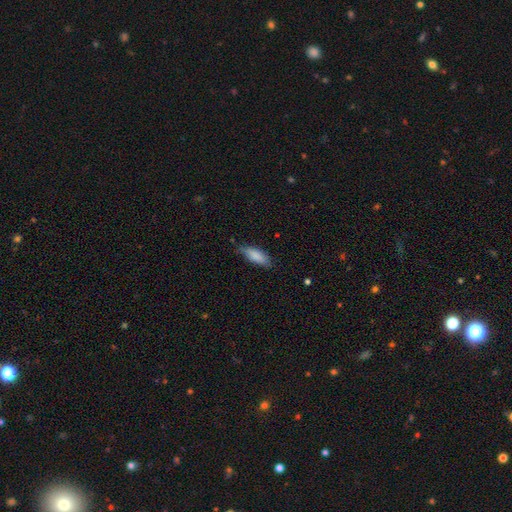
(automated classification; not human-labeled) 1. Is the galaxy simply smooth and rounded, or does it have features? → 85% smooth, 9% featured or disk, 6% star or artifact.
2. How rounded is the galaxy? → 67% in between, 31% cigar-shaped, 2% round.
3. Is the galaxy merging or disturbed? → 74% none, 21% minor disturbance, 3% major disturbance, 2% merger.